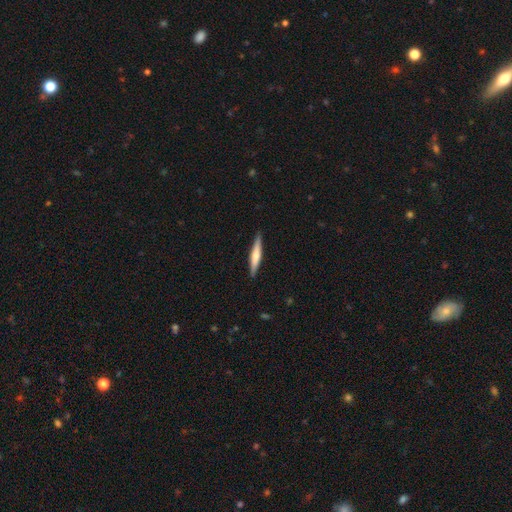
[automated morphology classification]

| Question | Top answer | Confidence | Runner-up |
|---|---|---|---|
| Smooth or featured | smooth | 47% | tied: featured or disk (47%) |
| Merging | none | 90% | minor disturbance (7%) |